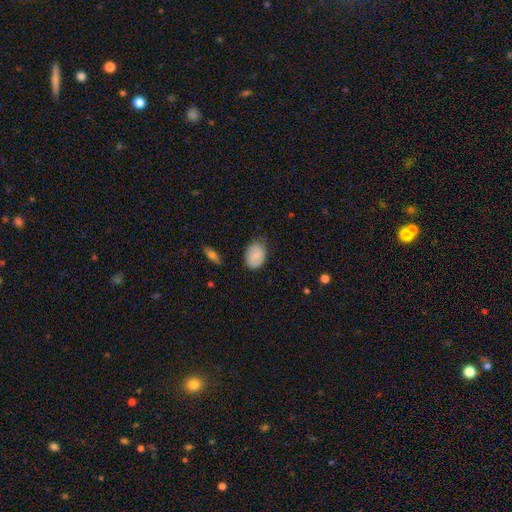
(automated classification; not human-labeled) A smooth galaxy with no disk features (82%) that is in between round and cigar-shaped (74%). Merging: none (70%).